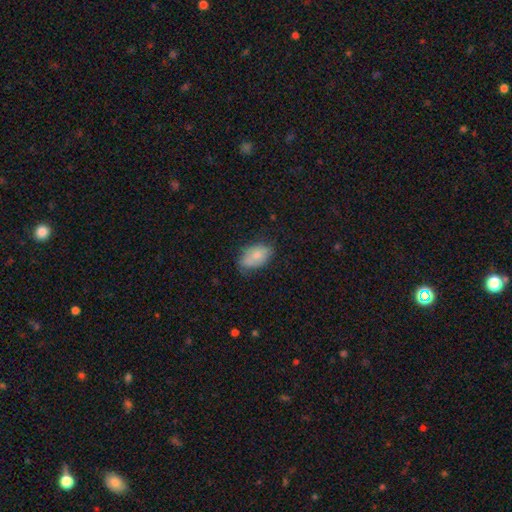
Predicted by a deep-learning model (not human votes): A smooth galaxy with no disk features (78%) that is in between round and cigar-shaped (91%).

Vote fractions:
- Smooth or featured? smooth: 78% / featured or disk: 15% / star or artifact: 7%
- How rounded? in between: 91% / round: 7% / cigar-shaped: 2%
- Merging? none: 61% / minor disturbance: 30% / major disturbance: 7% / merger: 2%